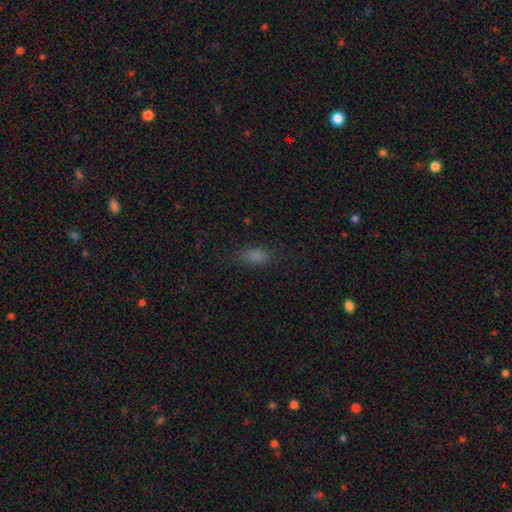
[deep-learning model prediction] smooth-or-featured: smooth: 74% | star or artifact: 17% | featured or disk: 9%
  how-rounded: in between: 74% | cigar-shaped: 20% | round: 6%
  merging: none: 78% | minor disturbance: 15% | major disturbance: 6% | merger: 1%